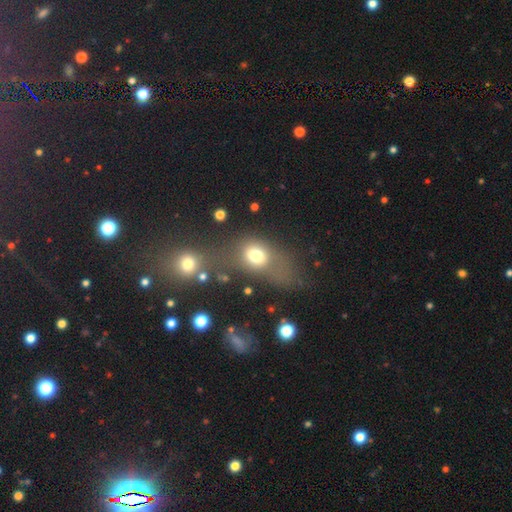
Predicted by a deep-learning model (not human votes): Smooth or featured?
  - smooth: 70% *
  - star or artifact: 17%
  - featured or disk: 14%
How rounded?
  - in between: 52% *
  - round: 45%
  - cigar-shaped: 3%
Merging?
  - none: 36% *
  - merger: 26%
  - major disturbance: 22%
  - minor disturbance: 16%